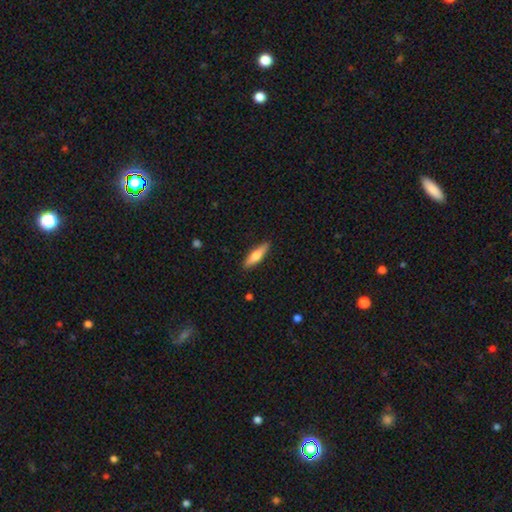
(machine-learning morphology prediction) A smooth galaxy with no disk features (61%) that is cigar-shaped (72%).

Vote fractions:
- Smooth or featured? smooth: 61% / featured or disk: 33% / star or artifact: 6%
- How rounded? cigar-shaped: 72% / in between: 26% / round: 2%
- Merging? none: 88% / minor disturbance: 9% / major disturbance: 2% / merger: 1%